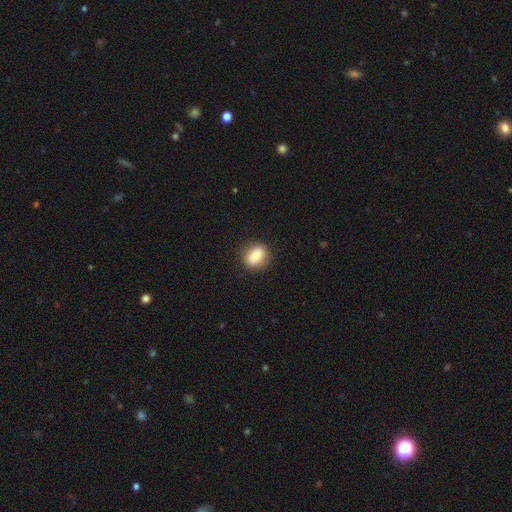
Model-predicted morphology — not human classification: smooth_or_featured: smooth (p=0.84) [alt: star or artifact p=0.08]
how_rounded: in between (p=0.58) [alt: round p=0.40]
merging: none (p=0.85) [alt: minor disturbance p=0.11]